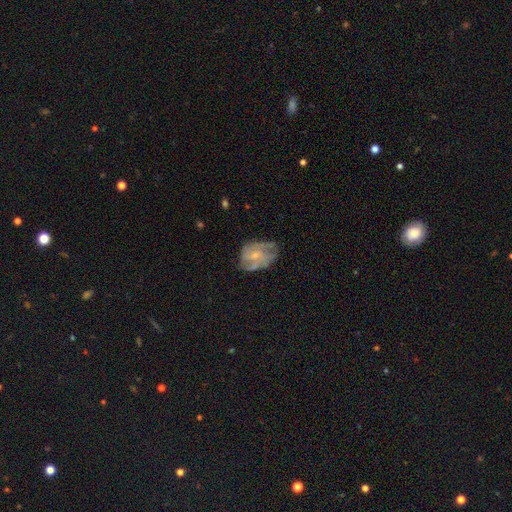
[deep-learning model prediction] The model was most divided on "bulge size": small: 53%, moderate: 33%, none: 11%, large: 2%, dominant: 1%. More confident: edge-on disk — no (97%); spiral arms — yes (72%); smooth or featured — featured or disk (66%); bar — no (64%); merging — none (52%).